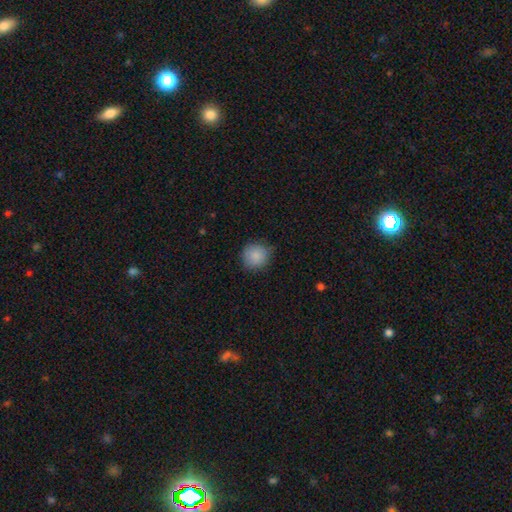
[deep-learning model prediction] This appears to be a smooth galaxy with no disk features (87%) that is round (91%). Merging: none (80%).